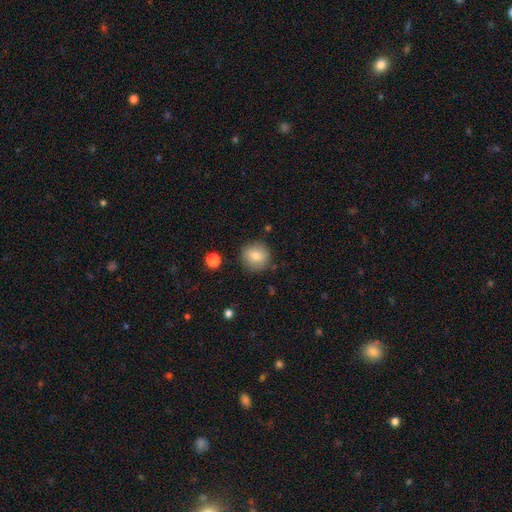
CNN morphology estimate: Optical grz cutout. It shows a smooth galaxy with no disk features (81%) that is round (92%). Merging: none (86%).